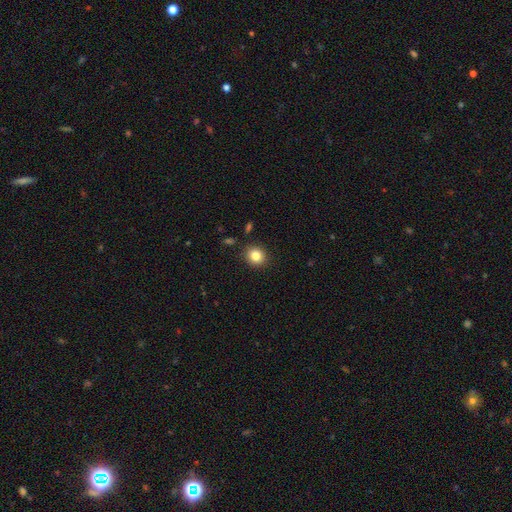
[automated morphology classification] Smooth or featured? smooth (84%)
How rounded? round (79%)
Merging? none (89%)